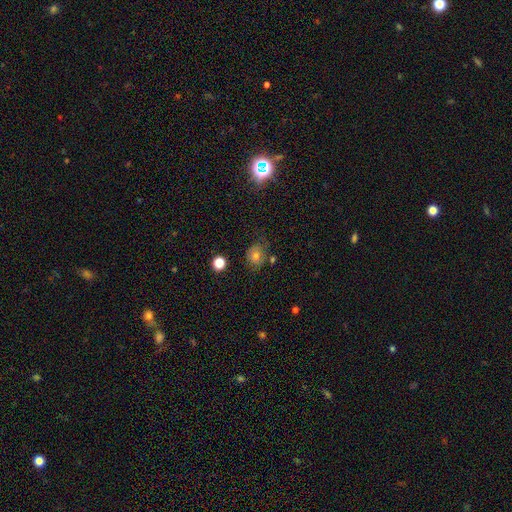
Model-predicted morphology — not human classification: smooth-or-featured: smooth: 57% | star or artifact: 22% | featured or disk: 21%
  how-rounded: round: 68% | in between: 31% | cigar-shaped: 1%
  merging: none: 69% | minor disturbance: 20% | major disturbance: 7% | merger: 4%